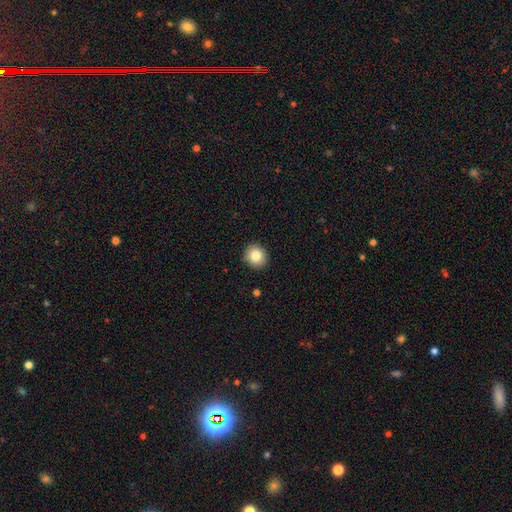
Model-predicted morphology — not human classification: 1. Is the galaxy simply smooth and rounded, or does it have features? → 82% smooth, 10% star or artifact, 8% featured or disk.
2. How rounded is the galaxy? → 88% round, 11% in between, 1% cigar-shaped.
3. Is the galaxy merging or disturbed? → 91% none, 6% minor disturbance, 2% major disturbance, 1% merger.